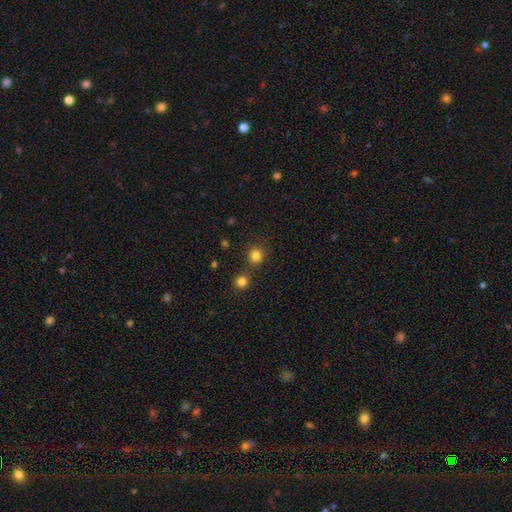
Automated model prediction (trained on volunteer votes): This is clearly a smooth galaxy (82%). How rounded: clearly round (91%). Merging: likely none (78%).